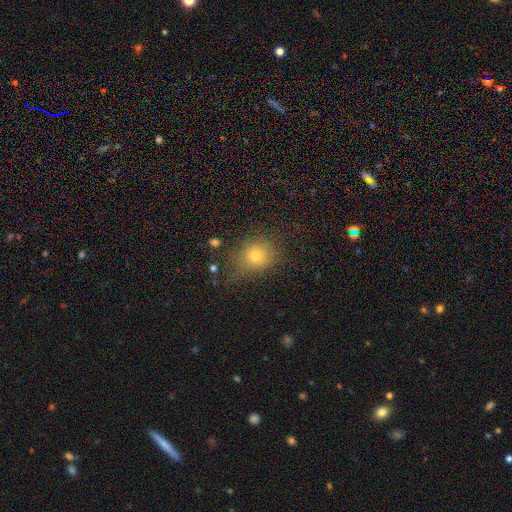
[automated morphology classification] The model was most divided on "merging": none: 67%, minor disturbance: 21%, major disturbance: 10%, merger: 2%. More confident: how rounded — round (74%); smooth or featured — smooth (70%).